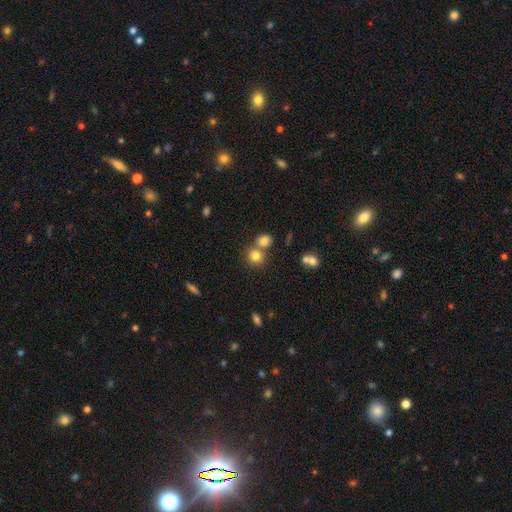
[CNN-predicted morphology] Smooth or featured? Predicted: smooth (p=0.79). How rounded? Predicted: round (p=0.86). Merging? Predicted: none (p=0.58).